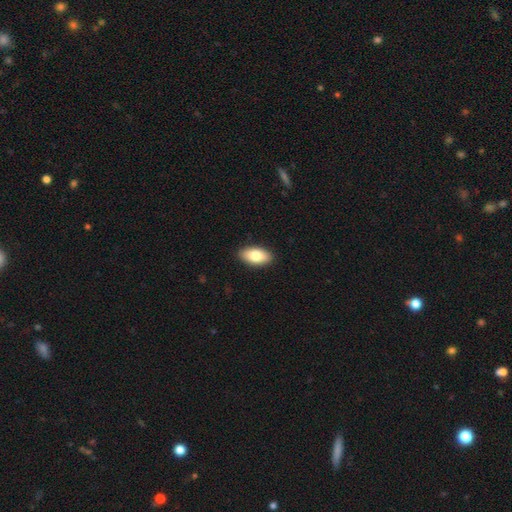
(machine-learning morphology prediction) Overall: smooth (80%). How rounded: in between (93%). Merging: none (90%).